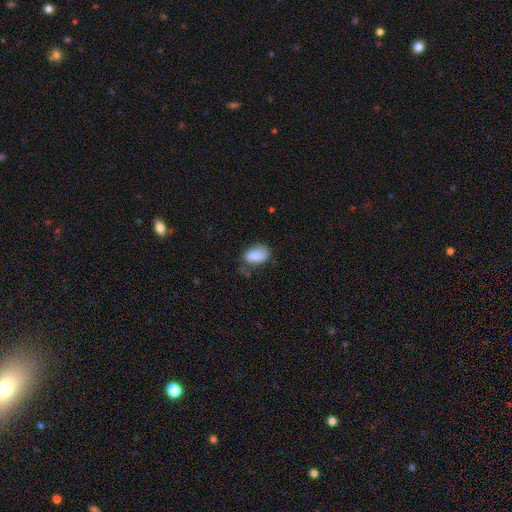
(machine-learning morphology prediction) smooth 83%, featured or disk 9%, star or artifact 8%. Down the decision tree: how rounded — in between (89%); merging — none (50%).